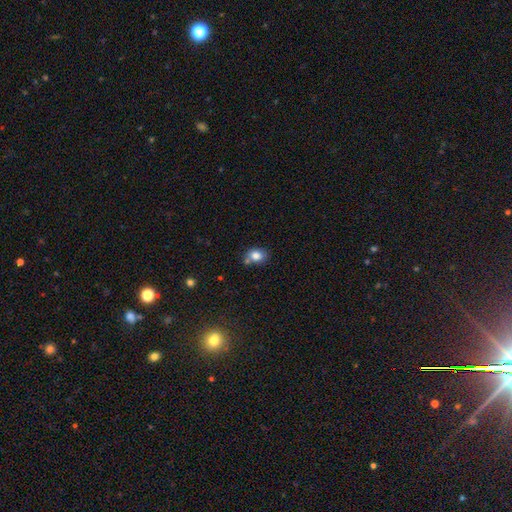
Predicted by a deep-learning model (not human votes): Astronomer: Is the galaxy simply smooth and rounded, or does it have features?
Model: smooth — 81%.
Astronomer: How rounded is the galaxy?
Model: in between — 53% (runner-up: round, 46%).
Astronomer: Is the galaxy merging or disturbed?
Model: none — 59%.